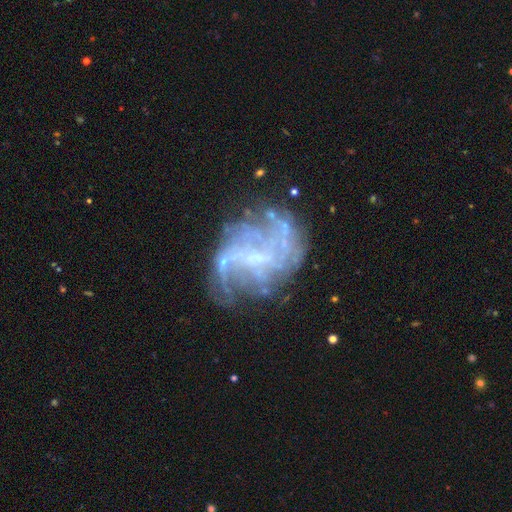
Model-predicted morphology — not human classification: smooth_or_featured: featured or disk (p=0.79) [alt: star or artifact p=0.11]
disk_edge_on: no (p=0.98) [alt: yes p=0.02]
bar: weak (p=0.49) [alt: no p=0.30]
has_spiral_arms: yes (p=0.75) [alt: no p=0.25]
spiral_winding: loose (p=0.42) [alt: medium p=0.34]
spiral_arm_count: can't tell (p=0.45) [alt: 2 p=0.20]
bulge_size: small (p=0.43) [alt: none p=0.38]
merging: none (p=0.55) [alt: major disturbance p=0.22]